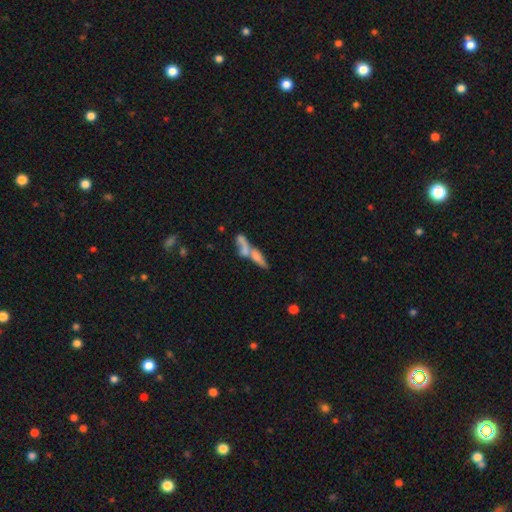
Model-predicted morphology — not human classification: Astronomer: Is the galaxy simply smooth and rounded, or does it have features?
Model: featured or disk — 47% (runner-up: smooth, 41%).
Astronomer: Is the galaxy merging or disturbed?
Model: merger — 46% (runner-up: none, 37%).